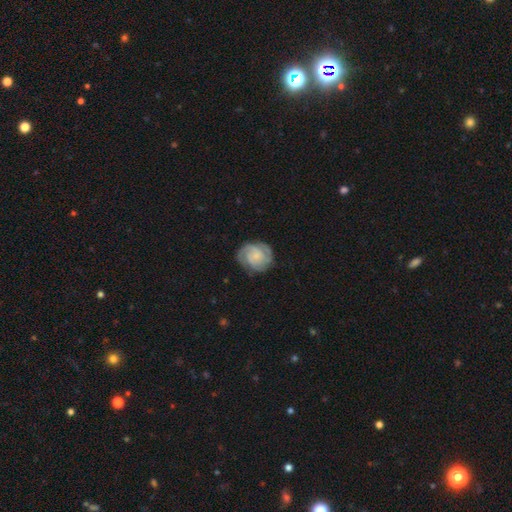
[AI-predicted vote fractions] Morphology: type=featured or disk (75%); edge-on=no (98%); bar=no (70%); spiral arms=yes (95%); winding=tight (60%); arm count=2 (36%); bulge=small (49%); merging=none (75%).